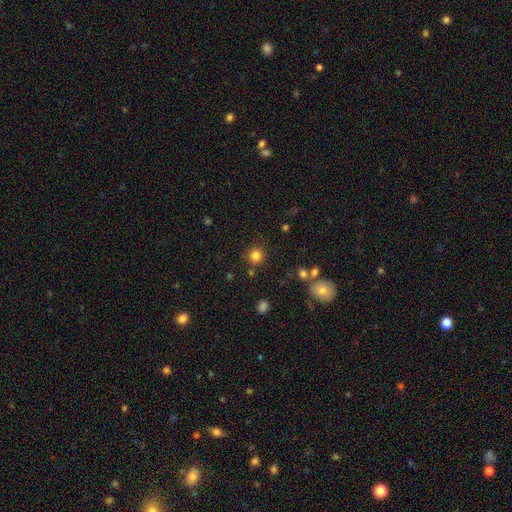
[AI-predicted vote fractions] This is clearly a smooth galaxy (81%). How rounded: clearly round (90%). Merging: clearly none (83%).